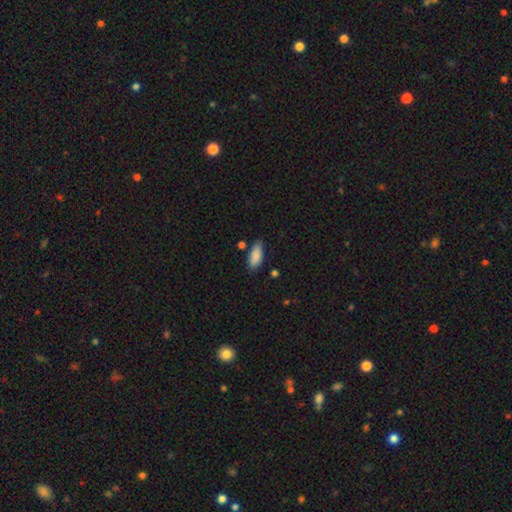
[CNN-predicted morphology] type=smooth (89%); roundness=in between (84%); merging=none (77%).